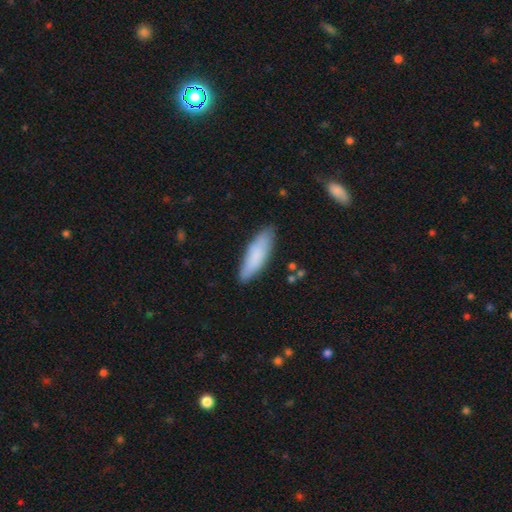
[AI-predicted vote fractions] smooth_or_featured: smooth (p=0.82) [alt: featured or disk p=0.13]
how_rounded: cigar-shaped (p=0.57) [alt: in between p=0.42]
merging: none (p=0.83) [alt: minor disturbance p=0.13]